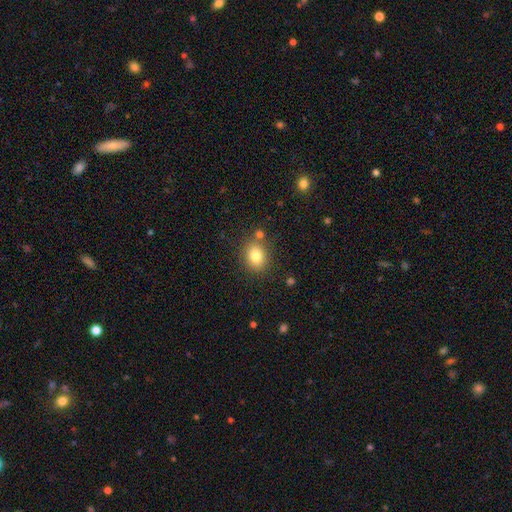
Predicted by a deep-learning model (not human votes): Smooth or featured? smooth (81%)
How rounded? round (53%)
Merging? none (77%)